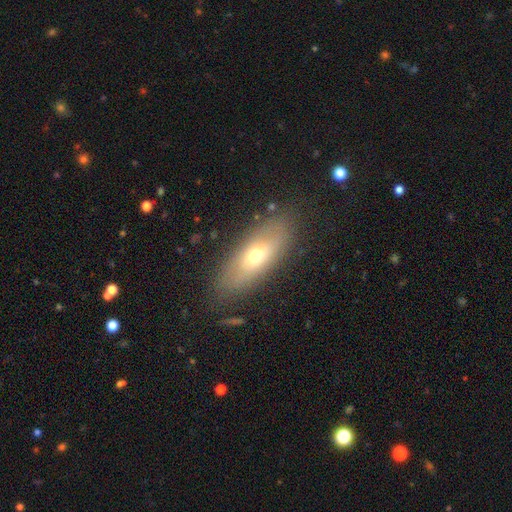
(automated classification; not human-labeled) The model was most divided on "smooth or featured": smooth: 58%, featured or disk: 34%, star or artifact: 8%. More confident: merging — none (82%); how rounded — in between (72%).